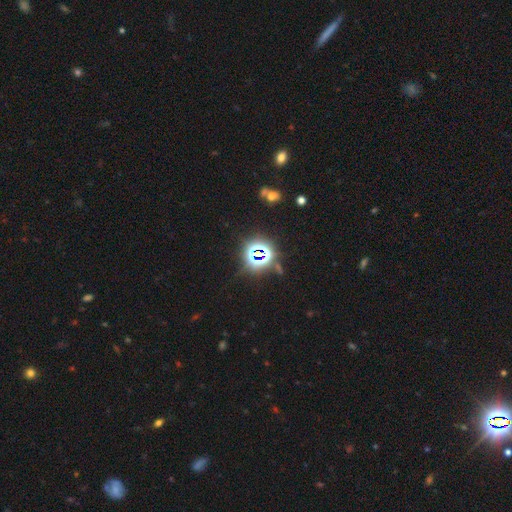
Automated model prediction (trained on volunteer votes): star or artifact 77%, smooth 15%, featured or disk 9%.